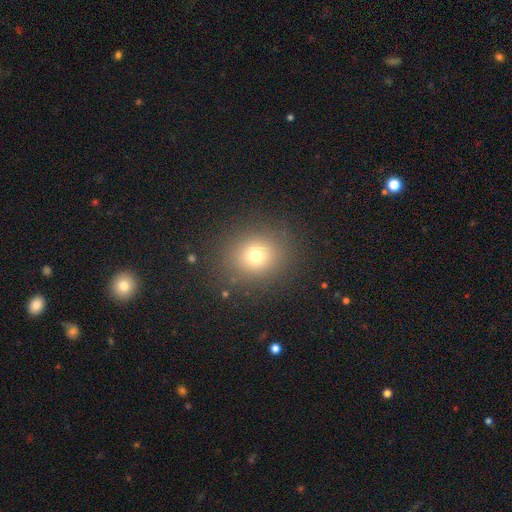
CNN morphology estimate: Smooth or featured? Predicted: smooth (p=0.71). How rounded? Predicted: round (p=0.81). Merging? Predicted: none (p=0.87).